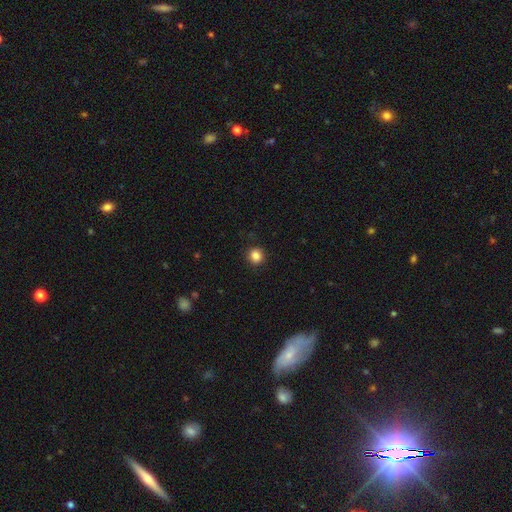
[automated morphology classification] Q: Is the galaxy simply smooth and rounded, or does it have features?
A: smooth — 86%.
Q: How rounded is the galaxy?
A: round — 91%.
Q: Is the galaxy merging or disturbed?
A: none — 91%.